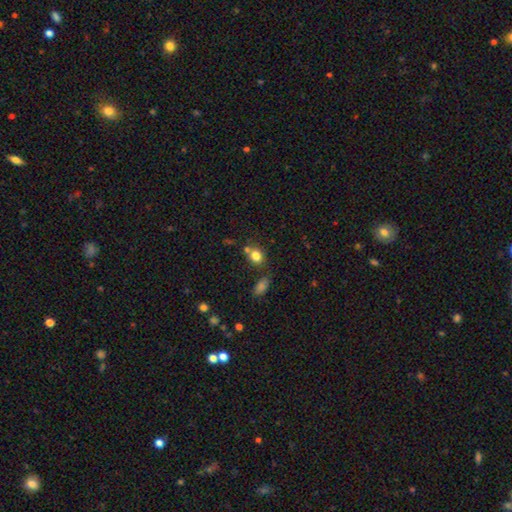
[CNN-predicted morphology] The model was most divided on "how rounded": round: 55%, in between: 43%, cigar-shaped: 1%. More confident: smooth or featured — smooth (80%); merging — none (59%).